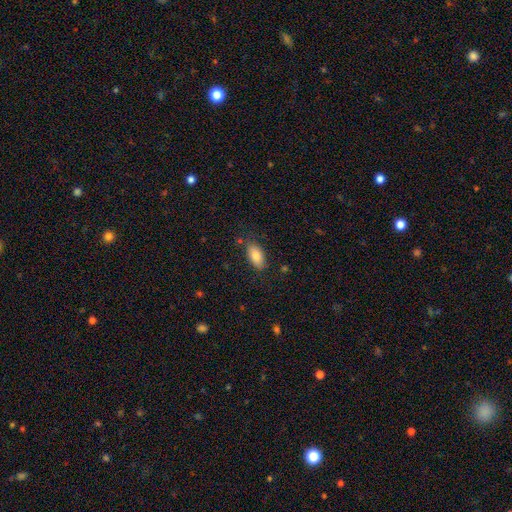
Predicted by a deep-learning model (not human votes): A smooth galaxy with no disk features (84%) that is in between round and cigar-shaped (91%).

Vote fractions:
- Smooth or featured? smooth: 84% / featured or disk: 9% / star or artifact: 7%
- How rounded? in between: 91% / cigar-shaped: 6% / round: 3%
- Merging? none: 80% / minor disturbance: 14% / major disturbance: 3% / merger: 2%